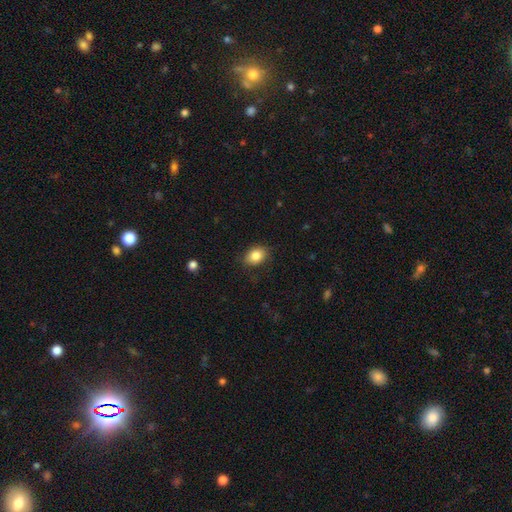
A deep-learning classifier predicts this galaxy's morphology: Smooth or featured: smooth — 85% (star or artifact — 9%)
How rounded: in between — 72% (round — 27%)
Merging: none — 83% (minor disturbance — 13%)